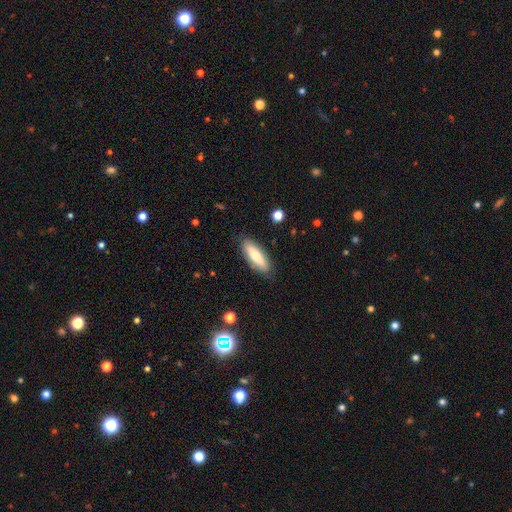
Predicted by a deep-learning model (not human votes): smooth-or-featured: smooth: 66% | featured or disk: 28% | star or artifact: 6%
  how-rounded: in between: 56% | cigar-shaped: 43% | round: 2%
  merging: none: 85% | minor disturbance: 11% | major disturbance: 3% | merger: 1%